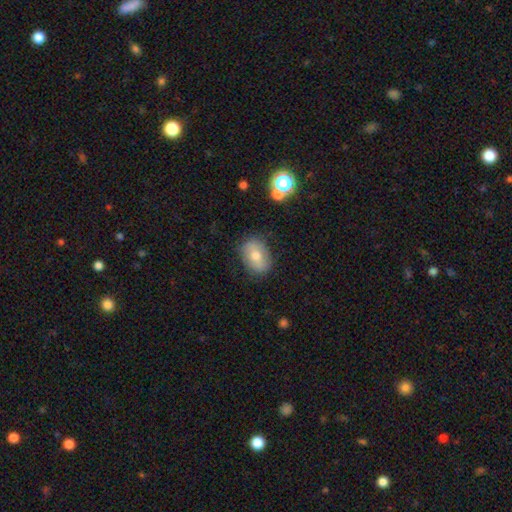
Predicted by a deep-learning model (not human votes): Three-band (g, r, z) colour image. It shows a smooth galaxy with no disk features (66%) that is in between round and cigar-shaped (72%). Merging: none (79%).